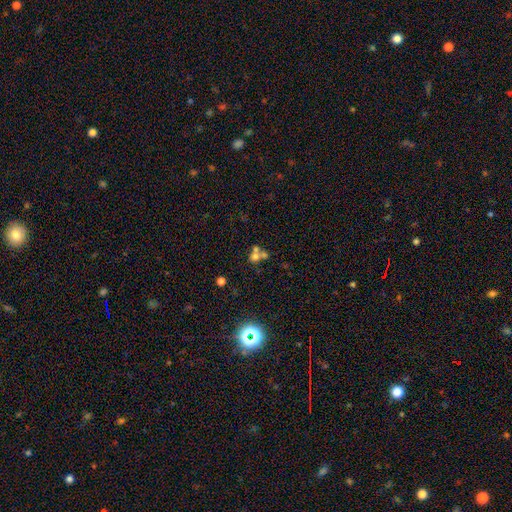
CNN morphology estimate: A smooth galaxy with no disk features (58%) that is round (75%).

Vote fractions:
- Smooth or featured? smooth: 58% / featured or disk: 22% / star or artifact: 20%
- How rounded? round: 75% / in between: 23% / cigar-shaped: 1%
- Merging? merger: 58% / none: 32% / minor disturbance: 6% / major disturbance: 4%